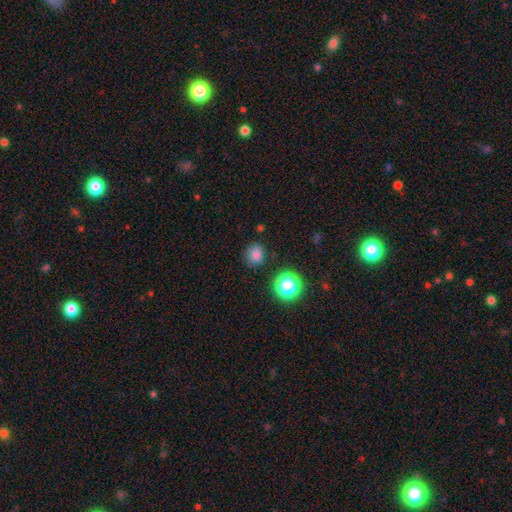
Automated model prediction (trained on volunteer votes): smooth_or_featured: smooth (p=0.78) [alt: star or artifact p=0.16]
how_rounded: round (p=0.75) [alt: in between p=0.24]
merging: none (p=0.79) [alt: minor disturbance p=0.14]